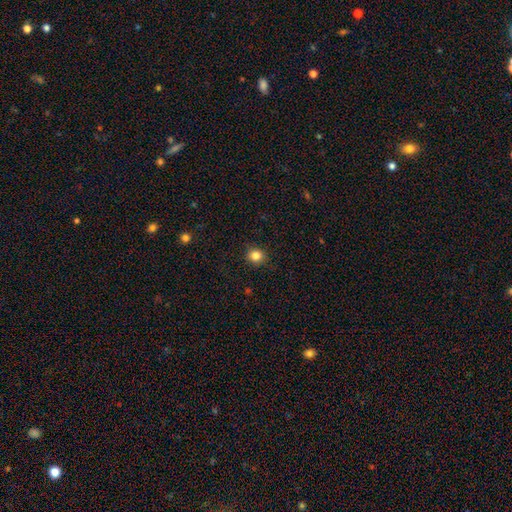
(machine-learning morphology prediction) Overall: smooth (84%). How rounded: round (85%). Merging: none (90%).